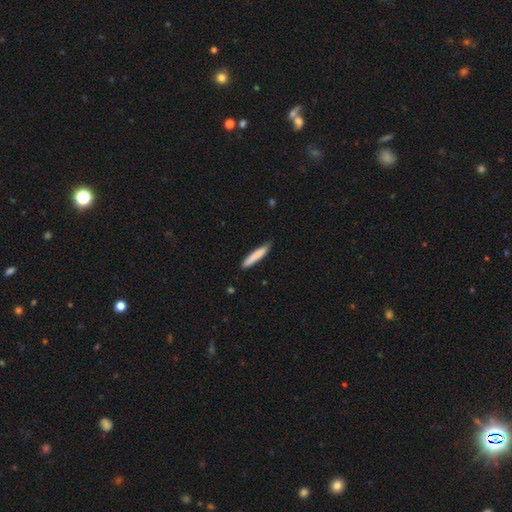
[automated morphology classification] Overall: smooth (83%). How rounded: cigar-shaped (92%). Merging: none (82%).